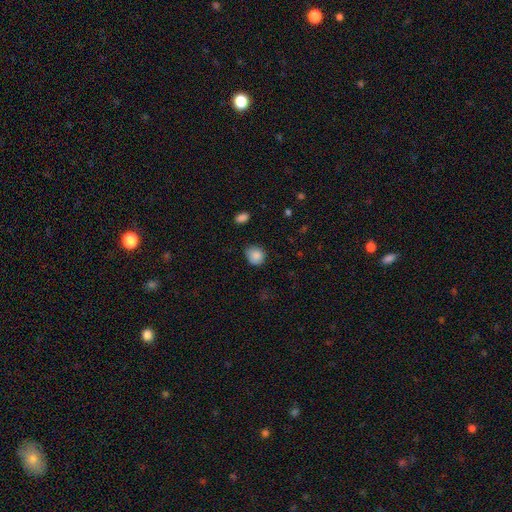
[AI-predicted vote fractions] This is clearly a smooth galaxy (87%). How rounded: likely round (76%). Merging: likely none (73%).